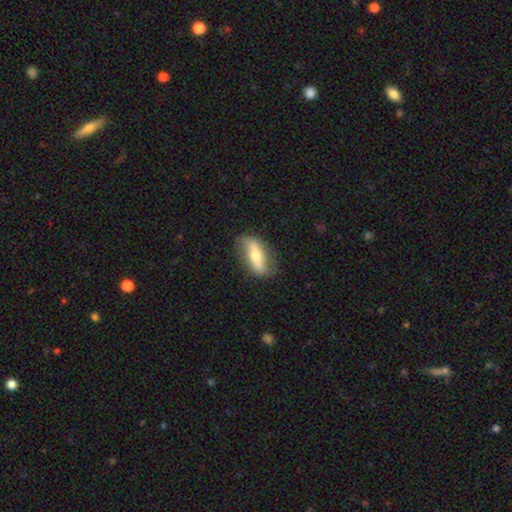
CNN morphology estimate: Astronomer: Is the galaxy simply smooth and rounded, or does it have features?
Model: featured or disk — 59% (runner-up: smooth, 35%).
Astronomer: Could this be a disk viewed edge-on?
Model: no — 56% (runner-up: yes, 44%).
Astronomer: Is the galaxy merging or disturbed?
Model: none — 78%.